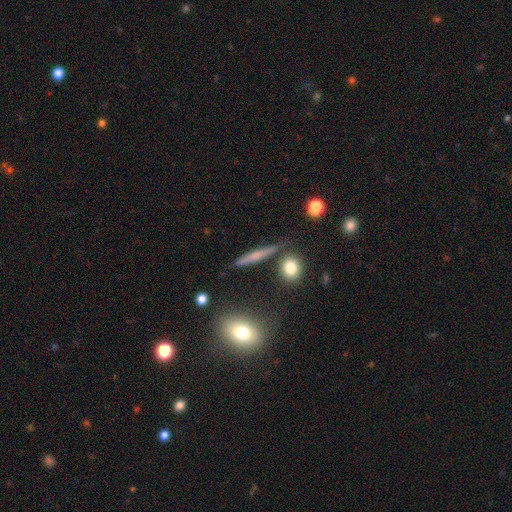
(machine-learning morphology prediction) smooth_or_featured: featured or disk (p=0.47) [alt: smooth p=0.43]
merging: none (p=0.82) [alt: minor disturbance p=0.10]